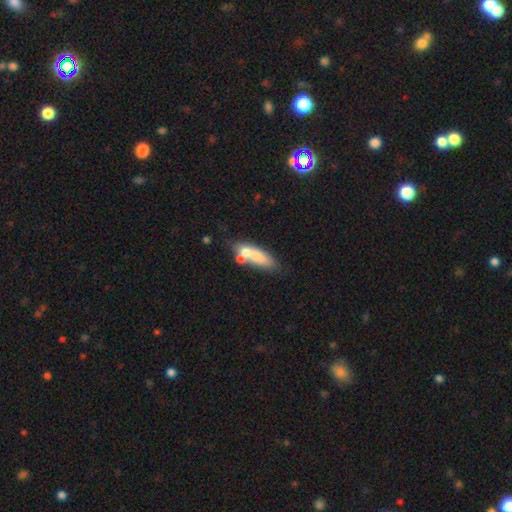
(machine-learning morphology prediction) Overall: smooth (63%; featured or disk 28%). How rounded: in between (51%; cigar-shaped 44%). Merging: none (43%; merger 34%).